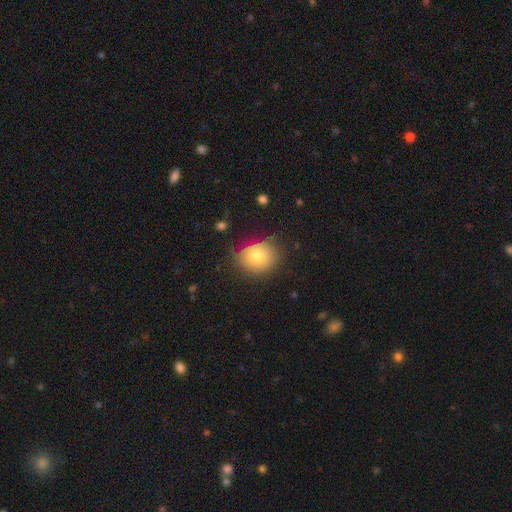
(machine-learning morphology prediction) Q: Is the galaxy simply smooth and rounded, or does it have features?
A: smooth — 76%.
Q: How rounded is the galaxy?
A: round — 64%.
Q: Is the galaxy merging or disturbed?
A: none — 77%.